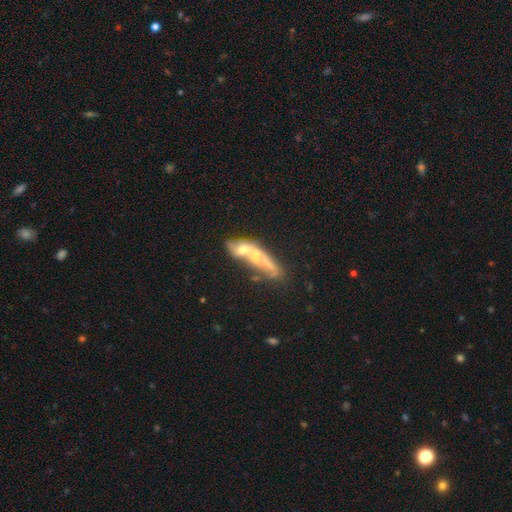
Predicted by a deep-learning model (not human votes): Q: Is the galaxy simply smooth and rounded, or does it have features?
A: featured or disk — 55%.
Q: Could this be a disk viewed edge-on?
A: no — 69%.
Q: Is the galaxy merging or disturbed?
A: merger — 60%.